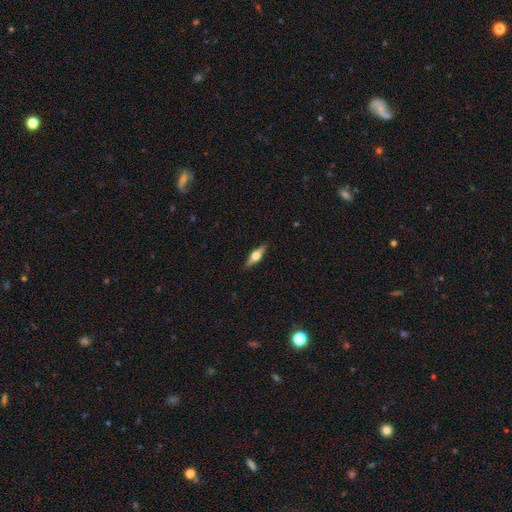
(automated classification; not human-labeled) Overall: featured or disk (63%; smooth 30%). Edge-on disk: yes (96%). Edge-on bulge: rounded (94%). Merging: none (89%).